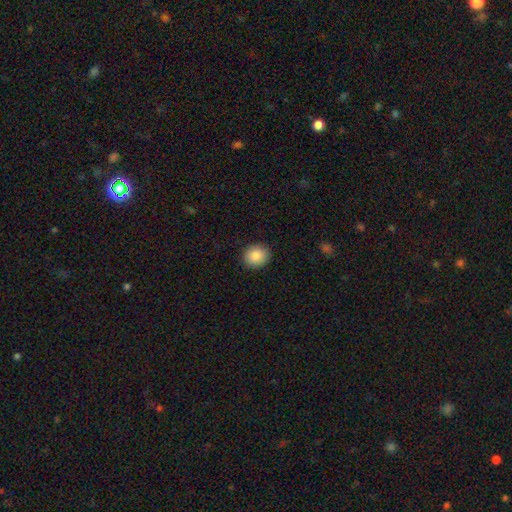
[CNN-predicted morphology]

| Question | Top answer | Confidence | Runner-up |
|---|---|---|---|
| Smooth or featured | smooth | 88% | star or artifact (8%) |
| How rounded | round | 75% | in between (24%) |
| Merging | none | 90% | minor disturbance (7%) |